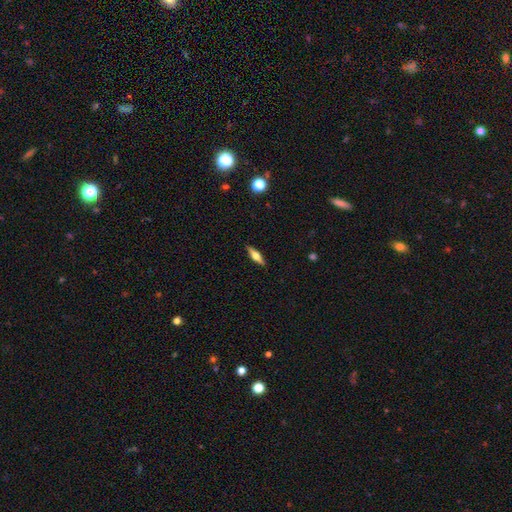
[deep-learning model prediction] Smooth or featured: featured or disk — 51% (smooth — 42%)
Edge-on disk: yes — 93% (no — 7%)
Merging: none — 89% (minor disturbance — 8%)